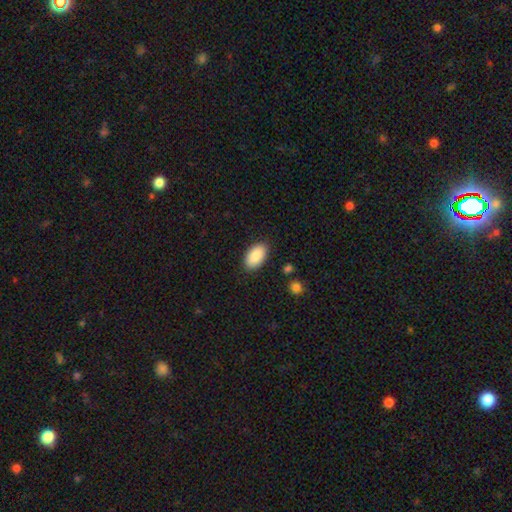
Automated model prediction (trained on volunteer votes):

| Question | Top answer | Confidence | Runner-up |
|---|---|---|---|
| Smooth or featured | smooth | 88% | star or artifact (6%) |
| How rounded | in between | 95% | round (4%) |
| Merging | none | 88% | minor disturbance (9%) |